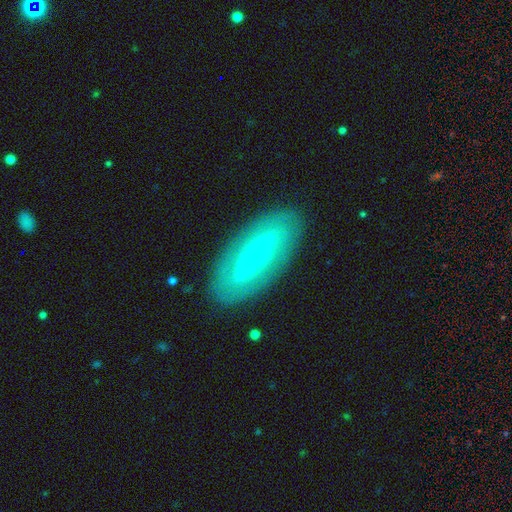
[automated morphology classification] Smooth or featured? featured or disk (66%)
Edge-on disk? no (85%)
Bar? no (58%)
Spiral arms? yes (52%)
Bulge size? small (81%)
Merging? none (85%)